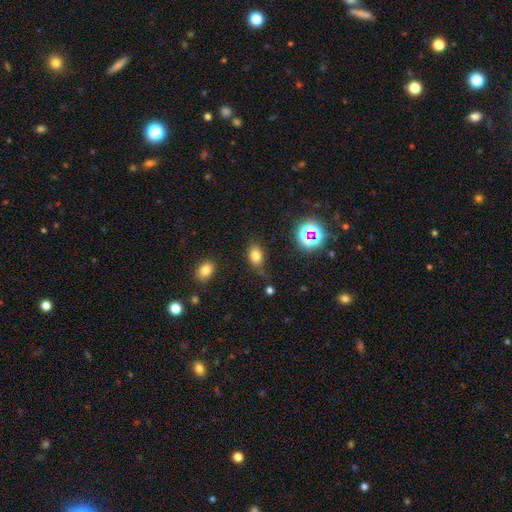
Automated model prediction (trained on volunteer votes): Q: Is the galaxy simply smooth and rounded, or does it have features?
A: smooth — 74%.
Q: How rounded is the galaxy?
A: in between — 77%.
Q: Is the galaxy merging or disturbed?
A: none — 62%.